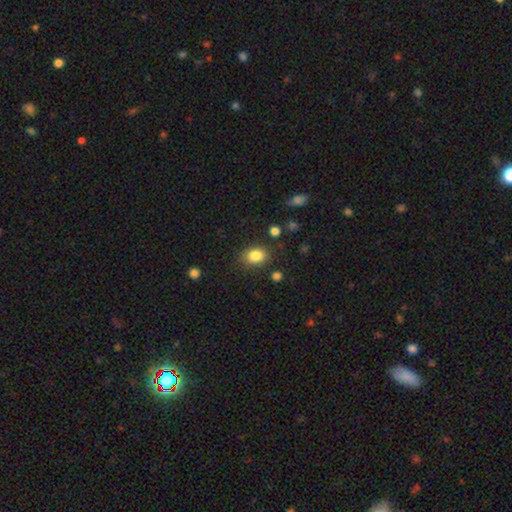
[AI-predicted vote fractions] Smooth or featured? smooth (85%)
How rounded? in between (67%)
Merging? none (80%)